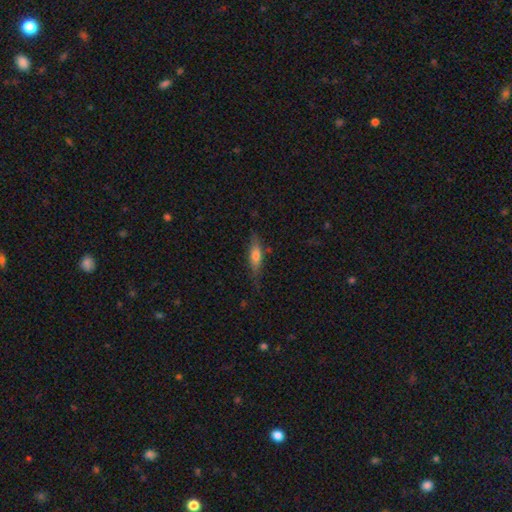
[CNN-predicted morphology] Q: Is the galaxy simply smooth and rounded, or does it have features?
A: smooth — 62%.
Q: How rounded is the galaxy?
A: cigar-shaped — 56%.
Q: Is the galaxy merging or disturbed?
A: none — 71%.